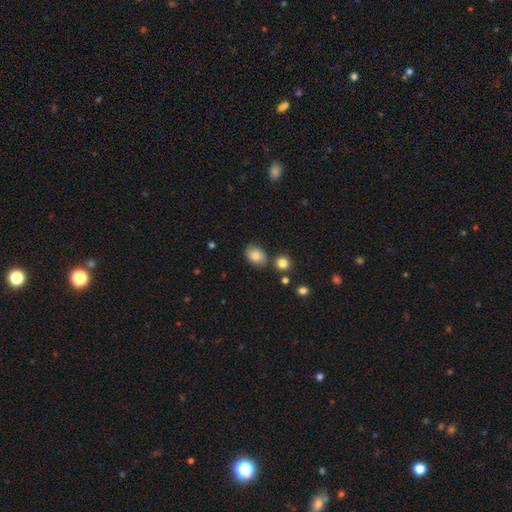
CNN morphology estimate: smooth-or-featured: smooth: 83% | featured or disk: 9% | star or artifact: 9%
  how-rounded: in between: 74% | round: 24% | cigar-shaped: 1%
  merging: none: 74% | minor disturbance: 16% | merger: 7% | major disturbance: 4%